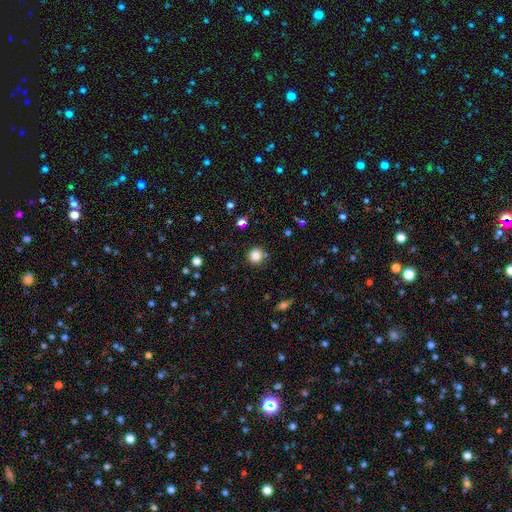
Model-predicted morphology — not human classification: A smooth galaxy with no disk features (84%) that is round (92%).

Vote fractions:
- Smooth or featured? smooth: 84% / star or artifact: 12% / featured or disk: 4%
- How rounded? round: 92% / in between: 7% / cigar-shaped: 1%
- Merging? none: 84% / minor disturbance: 9% / merger: 4% / major disturbance: 3%